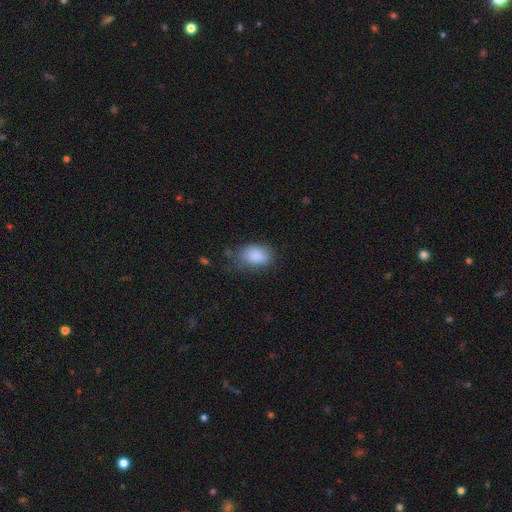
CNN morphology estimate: The model was most divided on "merging": none: 58%, minor disturbance: 29%, major disturbance: 11%, merger: 2%. More confident: smooth or featured — smooth (86%); how rounded — in between (85%).